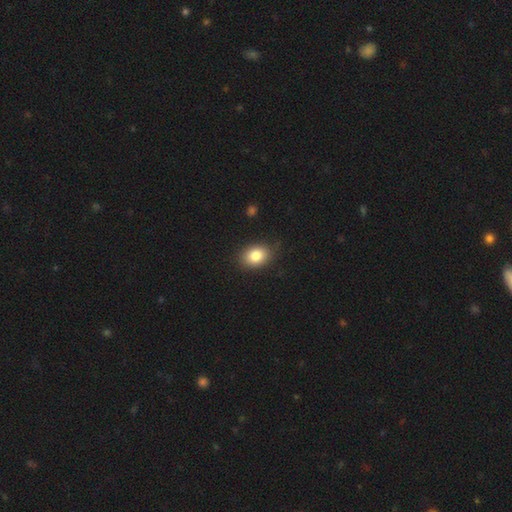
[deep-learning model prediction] Morphology: type=smooth (84%); roundness=in between (70%); merging=none (85%).